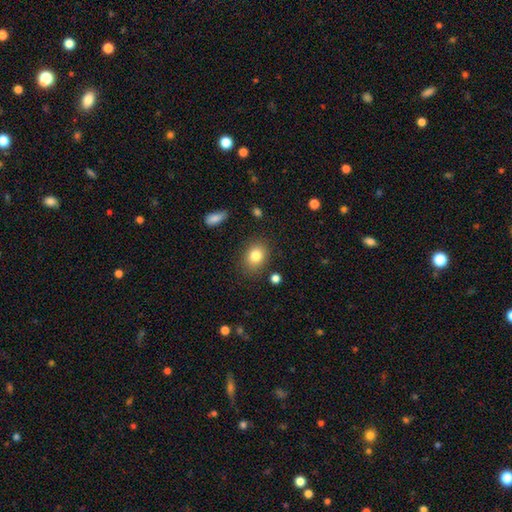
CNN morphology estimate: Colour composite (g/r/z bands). It shows a smooth galaxy with no disk features (82%) that is in between round and cigar-shaped (57%). Merging: none (84%).